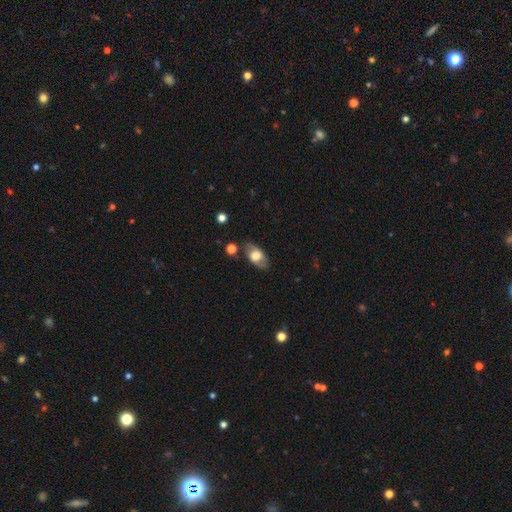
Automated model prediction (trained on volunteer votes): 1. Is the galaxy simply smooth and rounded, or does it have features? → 58% smooth, 35% featured or disk, 7% star or artifact.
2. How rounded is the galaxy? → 90% in between, 7% round, 4% cigar-shaped.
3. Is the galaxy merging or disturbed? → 77% none, 15% minor disturbance, 4% major disturbance, 4% merger.